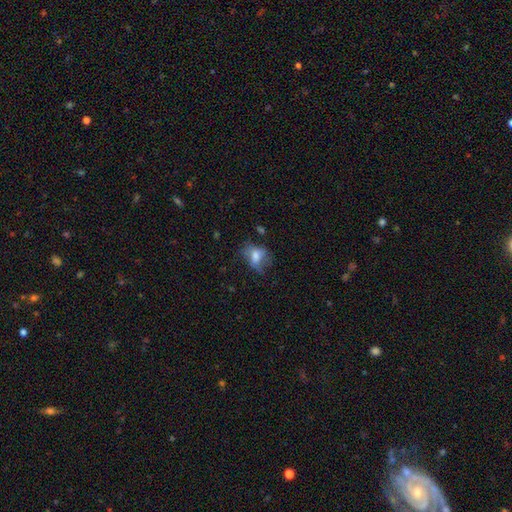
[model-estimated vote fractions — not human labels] smooth-or-featured: smooth: 59% | featured or disk: 29% | star or artifact: 12%
  how-rounded: in between: 71% | round: 26% | cigar-shaped: 3%
  merging: none: 43% | major disturbance: 28% | minor disturbance: 26% | merger: 3%